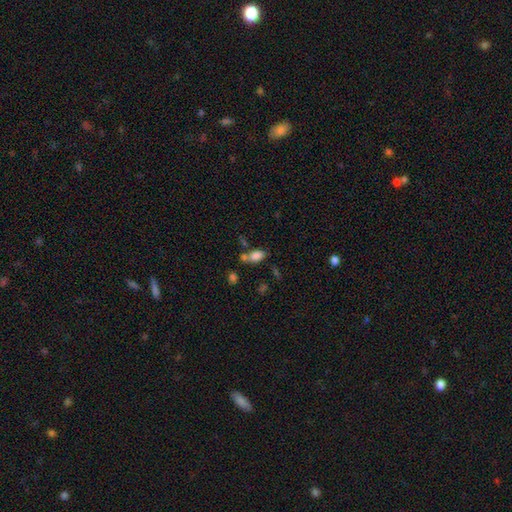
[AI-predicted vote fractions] smooth-or-featured: smooth: 81% | star or artifact: 10% | featured or disk: 9%
  how-rounded: in between: 89% | round: 6% | cigar-shaped: 4%
  merging: none: 47% | merger: 31% | minor disturbance: 15% | major disturbance: 7%